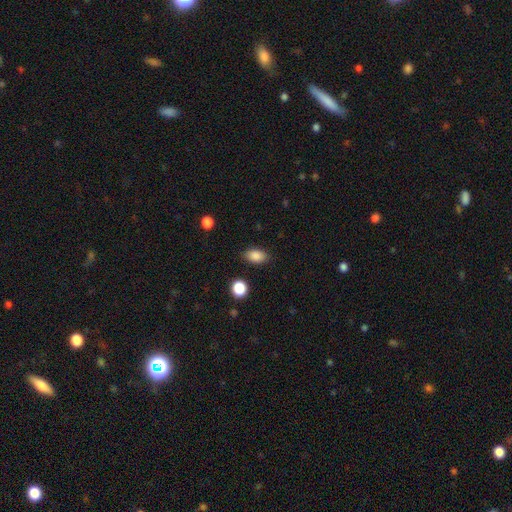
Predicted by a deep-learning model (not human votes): smooth_or_featured: smooth (p=0.87) [alt: star or artifact p=0.09]
how_rounded: in between (p=0.88) [alt: round p=0.09]
merging: none (p=0.86) [alt: minor disturbance p=0.10]